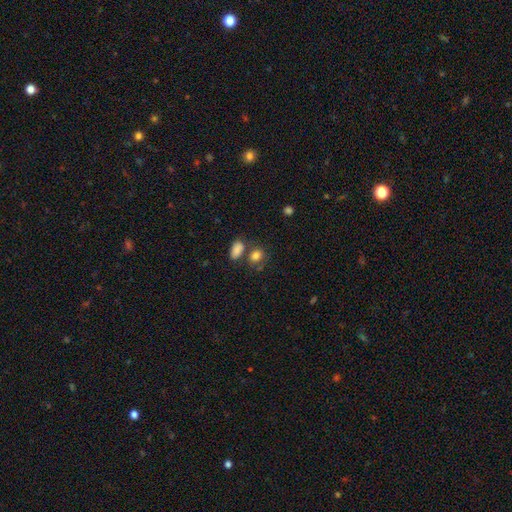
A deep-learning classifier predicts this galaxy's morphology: smooth_or_featured: smooth (p=0.82) [alt: star or artifact p=0.11]
how_rounded: in between (p=0.55) [alt: round p=0.44]
merging: none (p=0.56) [alt: merger p=0.25]